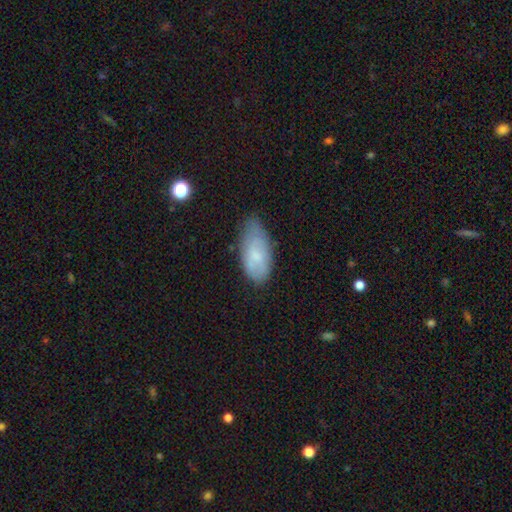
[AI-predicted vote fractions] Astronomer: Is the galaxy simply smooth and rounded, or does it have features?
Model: smooth — 68%.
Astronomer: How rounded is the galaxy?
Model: in between — 91%.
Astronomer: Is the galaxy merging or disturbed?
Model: none — 56% (runner-up: minor disturbance, 34%).